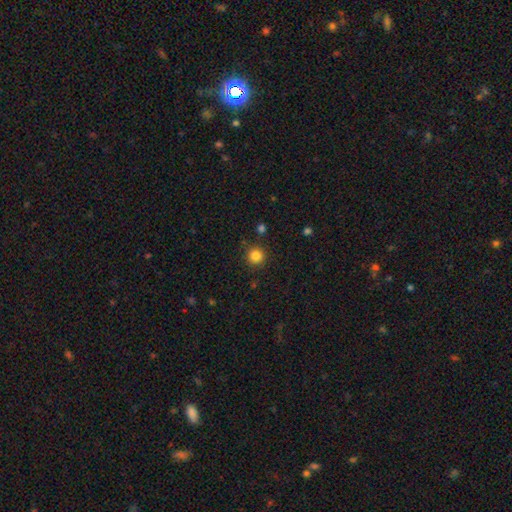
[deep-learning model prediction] A smooth galaxy with no disk features (83%) that is round (94%). Merging: none (89%).